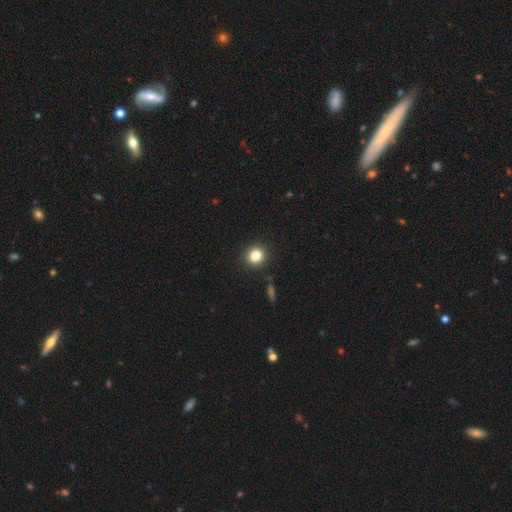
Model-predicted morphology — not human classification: Smooth or featured? smooth (82%)
How rounded? round (88%)
Merging? none (91%)